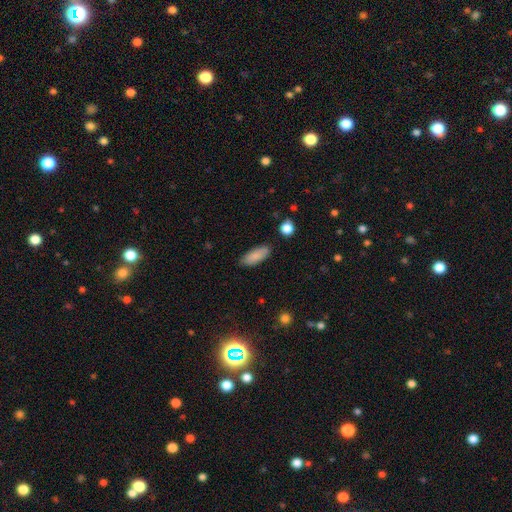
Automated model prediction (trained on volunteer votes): Q: Smooth or featured?
A: smooth (87%); runner-up: featured or disk (7%)
Q: How rounded?
A: in between (79%); runner-up: cigar-shaped (19%)
Q: Merging?
A: none (85%); runner-up: minor disturbance (11%)